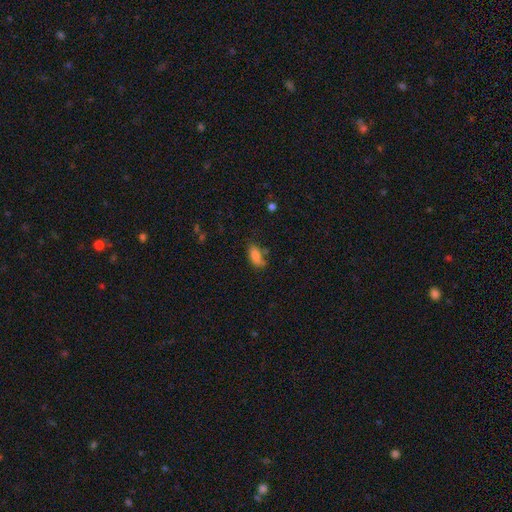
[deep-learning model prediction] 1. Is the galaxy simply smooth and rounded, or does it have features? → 82% smooth, 9% featured or disk, 9% star or artifact.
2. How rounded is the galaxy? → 84% in between, 12% cigar-shaped, 3% round.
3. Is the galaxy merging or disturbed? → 60% none, 24% minor disturbance, 9% merger, 7% major disturbance.